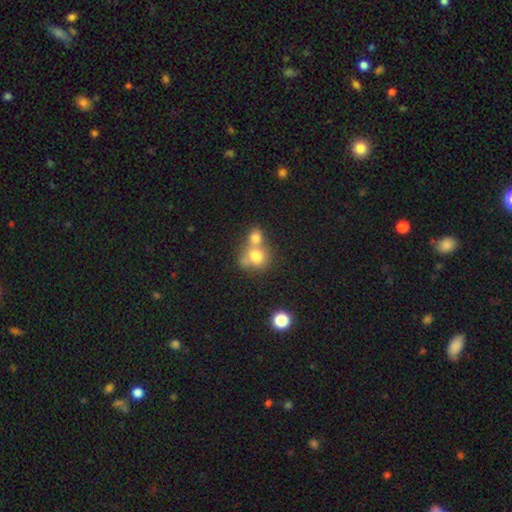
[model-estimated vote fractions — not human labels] Smooth or featured?
  - smooth: 75% *
  - featured or disk: 15%
  - star or artifact: 11%
How rounded?
  - round: 74% *
  - in between: 25%
  - cigar-shaped: 1%
Merging?
  - merger: 60% *
  - none: 29%
  - minor disturbance: 8%
  - major disturbance: 4%